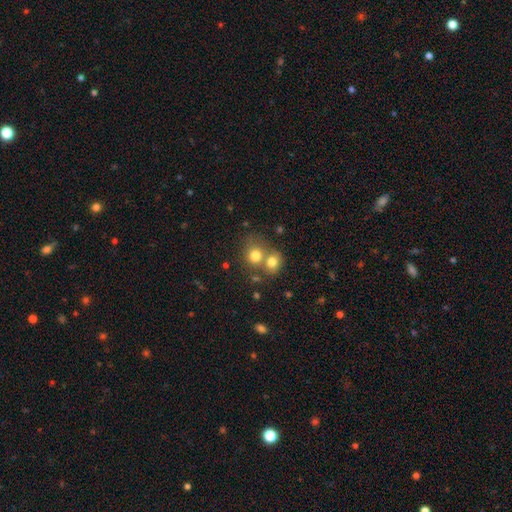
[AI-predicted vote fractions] This appears to be a smooth galaxy with no disk features (76%) that is round (78%). Merging: merger (47%).